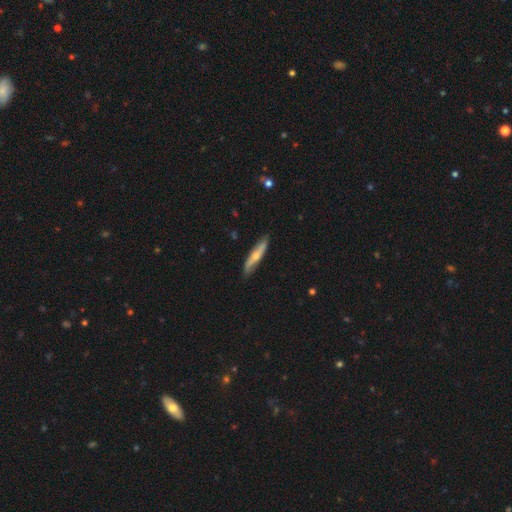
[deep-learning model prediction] The model was most divided on "smooth or featured": featured or disk: 50%, smooth: 45%, star or artifact: 5%. More confident: merging — none (83%).